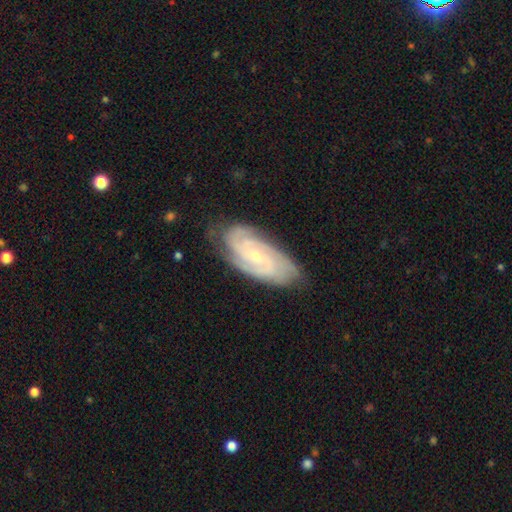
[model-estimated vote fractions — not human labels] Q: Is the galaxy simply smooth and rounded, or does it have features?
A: featured or disk — 88%.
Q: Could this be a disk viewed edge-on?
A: no — 95%.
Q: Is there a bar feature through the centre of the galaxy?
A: no — 48%.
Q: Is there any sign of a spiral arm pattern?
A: yes — 98%.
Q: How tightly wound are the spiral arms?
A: tight — 66%.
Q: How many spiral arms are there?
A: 2 — 32%.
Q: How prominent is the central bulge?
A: small — 72%.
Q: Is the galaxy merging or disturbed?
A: none — 78%.